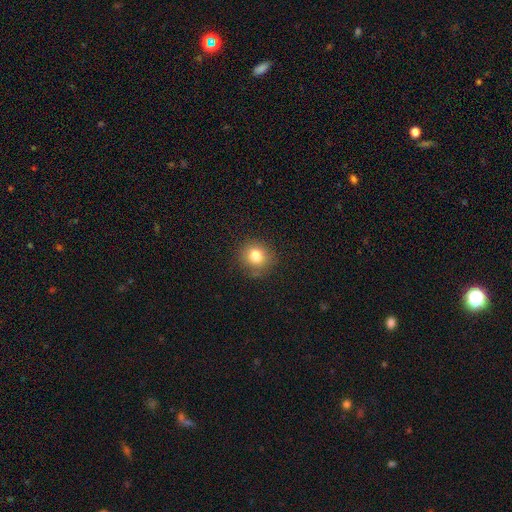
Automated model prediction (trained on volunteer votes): Smooth or featured: smooth — 80% (star or artifact — 12%)
How rounded: round — 86% (in between — 13%)
Merging: none — 82% (minor disturbance — 13%)